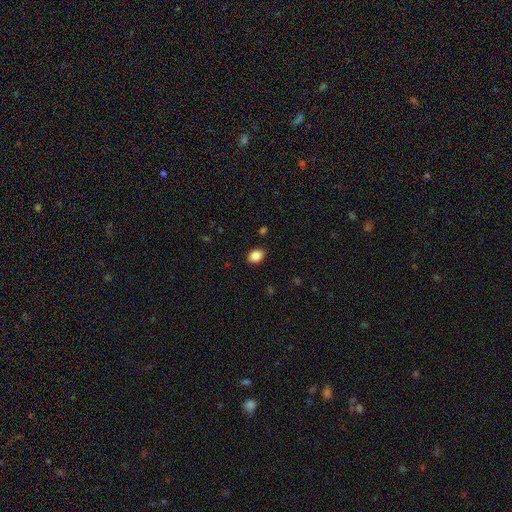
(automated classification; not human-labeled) Smooth or featured? smooth (88%)
How rounded? in between (72%)
Merging? none (88%)